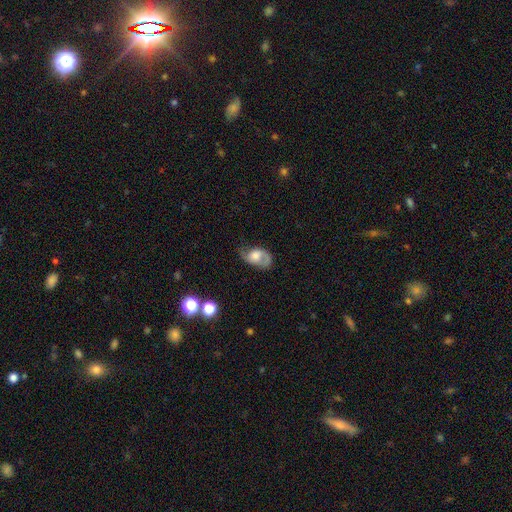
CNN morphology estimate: The model was most divided on "bulge size": moderate: 44%, large: 29%, small: 17%, none: 6%, dominant: 4%. Remaining: edge-on disk — no (95%); spiral arms — yes (82%); bar — no (69%); smooth or featured — featured or disk (57%); merging — none (49%).